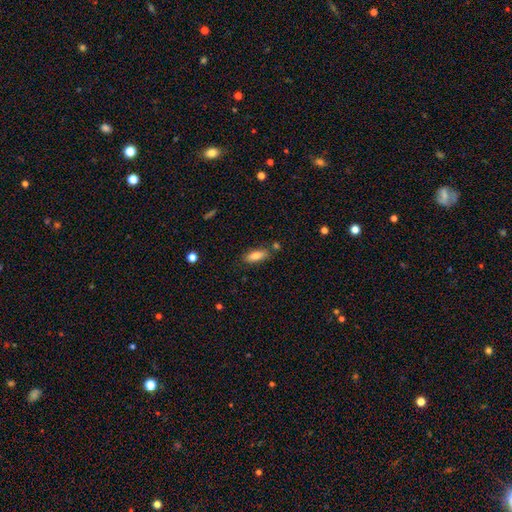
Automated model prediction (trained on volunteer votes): A smooth galaxy with no disk features (80%) that is in between round and cigar-shaped (69%). Merging: none (77%).